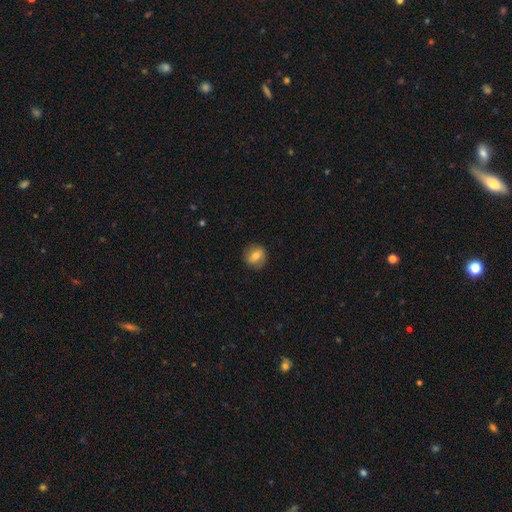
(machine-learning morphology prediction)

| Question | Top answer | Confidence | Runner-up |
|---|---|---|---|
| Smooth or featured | smooth | 66% | featured or disk (24%) |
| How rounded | round | 81% | in between (18%) |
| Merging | none | 84% | minor disturbance (11%) |